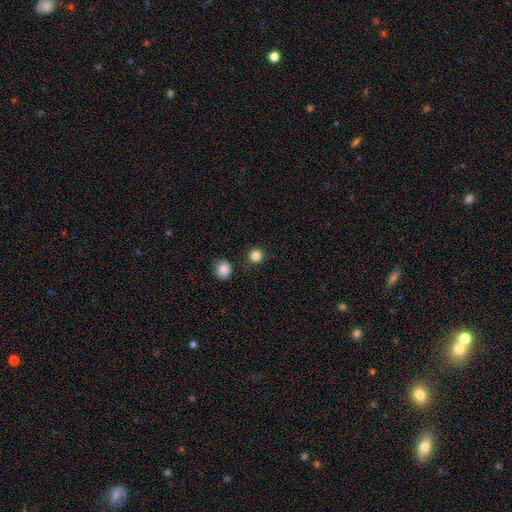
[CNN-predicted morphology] Smooth or featured: smooth — 84% (star or artifact — 12%)
How rounded: round — 93% (in between — 6%)
Merging: none — 87% (minor disturbance — 7%)